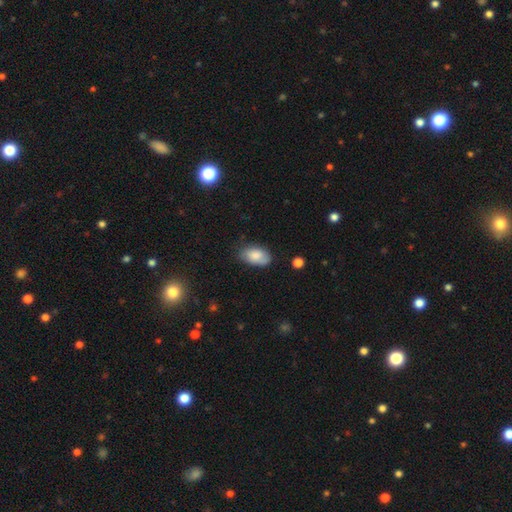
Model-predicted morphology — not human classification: type=smooth (81%); roundness=in between (93%); merging=none (69%).